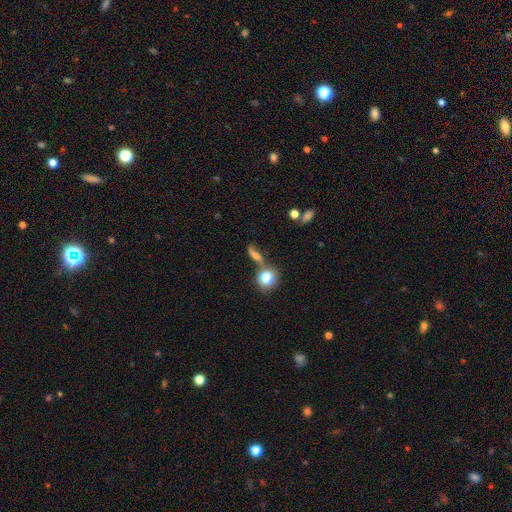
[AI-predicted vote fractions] Morphology: type=smooth (54%); roundness=round (37%); merging=none (53%).